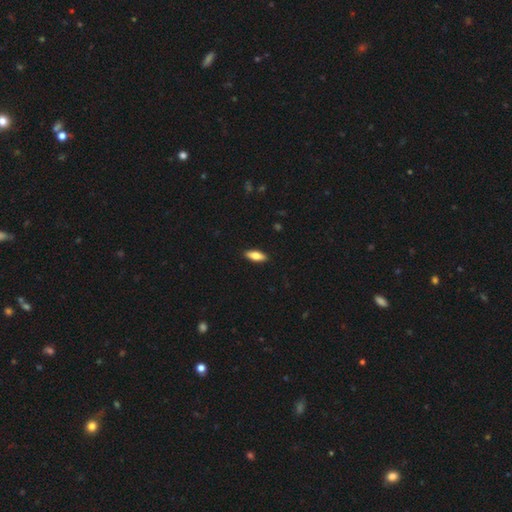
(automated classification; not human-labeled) A smooth galaxy with no disk features (76%) that is in between round and cigar-shaped (69%).

Vote fractions:
- Smooth or featured? smooth: 76% / featured or disk: 18% / star or artifact: 6%
- How rounded? in between: 69% / cigar-shaped: 28% / round: 2%
- Merging? none: 90% / minor disturbance: 7% / major disturbance: 1% / merger: 1%